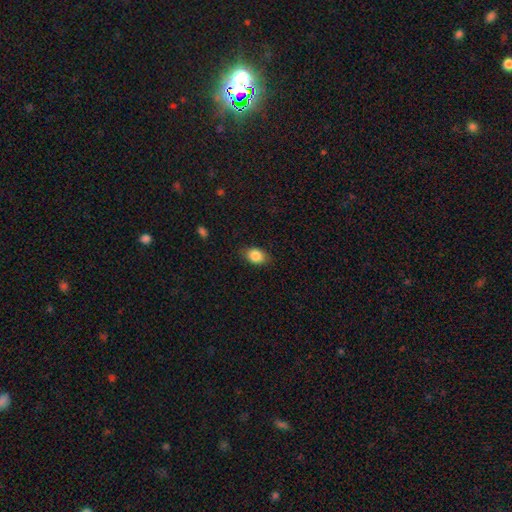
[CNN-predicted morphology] Q: Smooth or featured?
A: smooth (86%); runner-up: star or artifact (8%)
Q: How rounded?
A: in between (74%); runner-up: round (25%)
Q: Merging?
A: none (82%); runner-up: minor disturbance (13%)